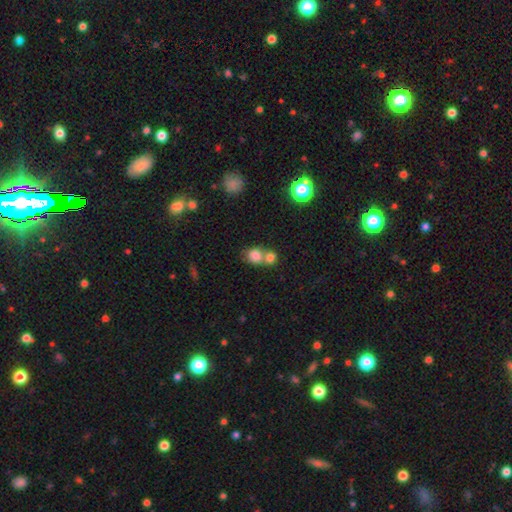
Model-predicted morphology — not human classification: smooth_or_featured: smooth (p=0.80) [alt: star or artifact p=0.10]
how_rounded: round (p=0.68) [alt: in between p=0.30]
merging: merger (p=0.57) [alt: none p=0.33]